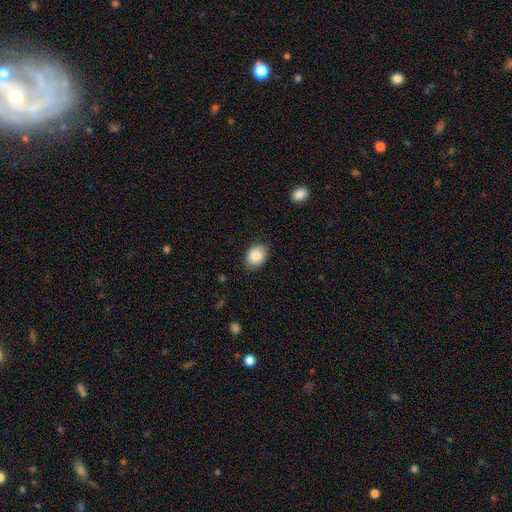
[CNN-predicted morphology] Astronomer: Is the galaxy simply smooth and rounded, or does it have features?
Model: smooth — 87%.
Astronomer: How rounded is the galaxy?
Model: in between — 62%.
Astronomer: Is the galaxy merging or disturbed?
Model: none — 82%.